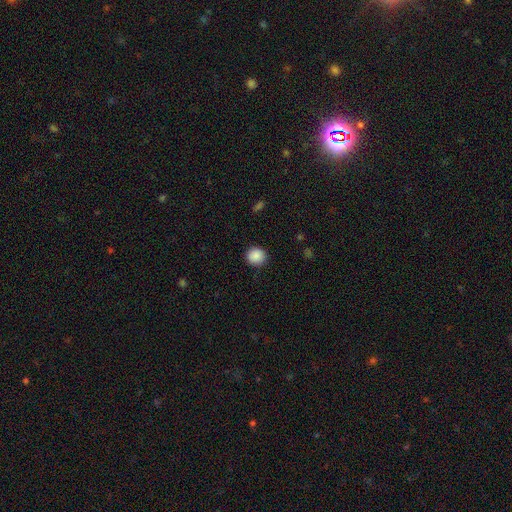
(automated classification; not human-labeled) smooth_or_featured: smooth (p=0.88) [alt: star or artifact p=0.09]
how_rounded: round (p=0.88) [alt: in between p=0.11]
merging: none (p=0.89) [alt: minor disturbance p=0.08]